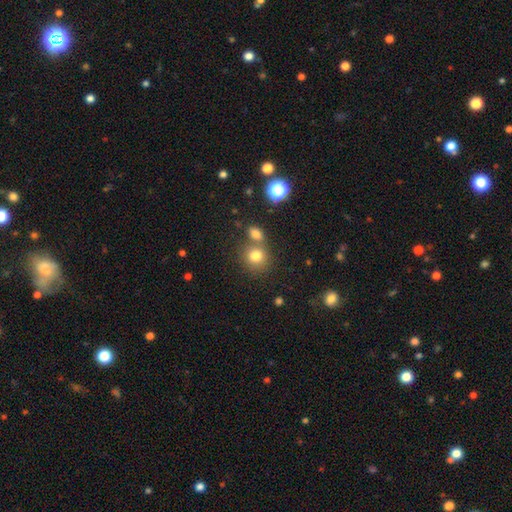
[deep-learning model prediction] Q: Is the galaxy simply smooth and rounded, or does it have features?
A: smooth — 78%.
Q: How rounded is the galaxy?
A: round — 81%.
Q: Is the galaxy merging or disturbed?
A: none — 57%.